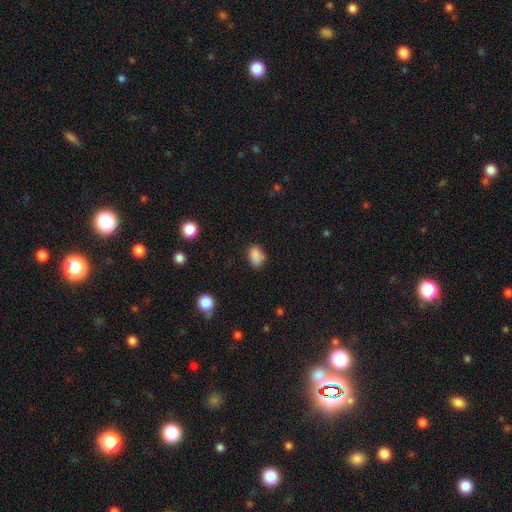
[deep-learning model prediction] Q: Smooth or featured?
A: smooth (84%); runner-up: star or artifact (11%)
Q: How rounded?
A: in between (84%); runner-up: round (14%)
Q: Merging?
A: none (68%); runner-up: minor disturbance (21%)